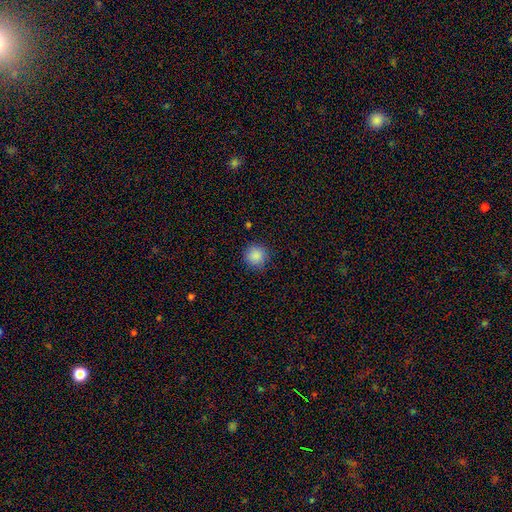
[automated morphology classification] smooth_or_featured: smooth (p=0.87) [alt: star or artifact p=0.09]
how_rounded: round (p=0.94) [alt: in between p=0.05]
merging: none (p=0.86) [alt: minor disturbance p=0.10]